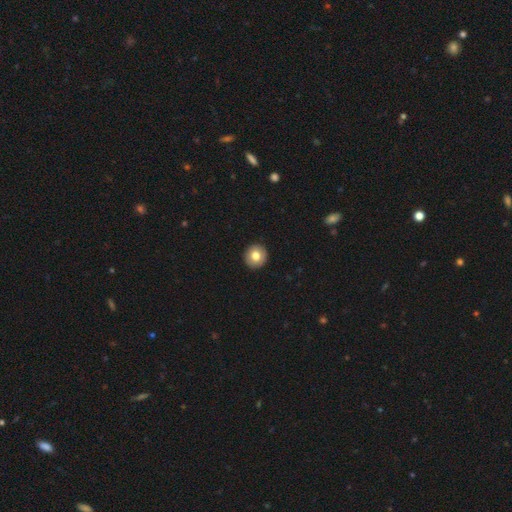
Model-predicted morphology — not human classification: smooth_or_featured: smooth (p=0.79) [alt: featured or disk p=0.13]
how_rounded: round (p=0.94) [alt: in between p=0.05]
merging: none (p=0.93) [alt: minor disturbance p=0.04]